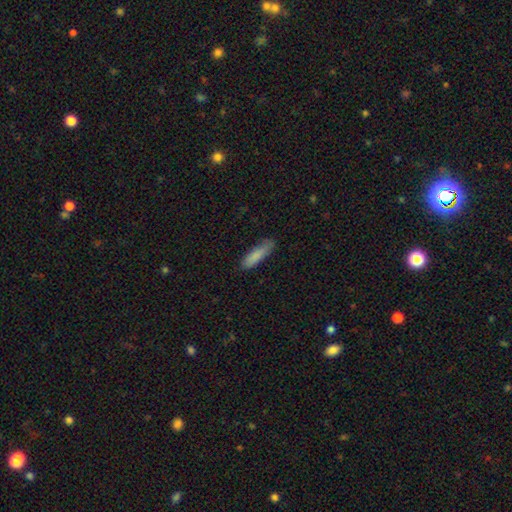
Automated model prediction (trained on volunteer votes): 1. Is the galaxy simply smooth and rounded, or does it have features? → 85% smooth, 9% featured or disk, 6% star or artifact.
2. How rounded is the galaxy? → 69% cigar-shaped, 29% in between, 1% round.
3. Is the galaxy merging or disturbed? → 77% none, 19% minor disturbance, 3% major disturbance, 1% merger.